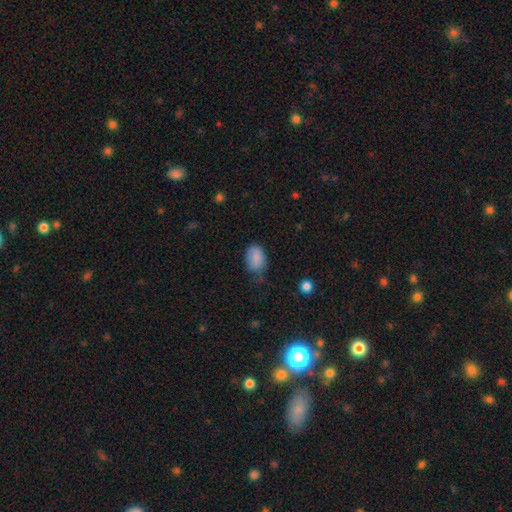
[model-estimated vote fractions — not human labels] Smooth or featured?
  - smooth: 84% *
  - star or artifact: 8%
  - featured or disk: 8%
How rounded?
  - in between: 83% *
  - round: 15%
  - cigar-shaped: 1%
Merging?
  - none: 50% *
  - minor disturbance: 37%
  - major disturbance: 11%
  - merger: 2%